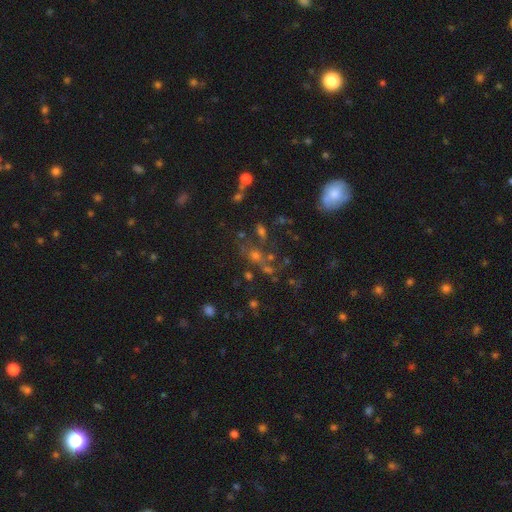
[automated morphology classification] Q: Smooth or featured?
A: smooth (42%); runner-up: star or artifact (38%)
Q: Merging?
A: none (53%); runner-up: merger (25%)